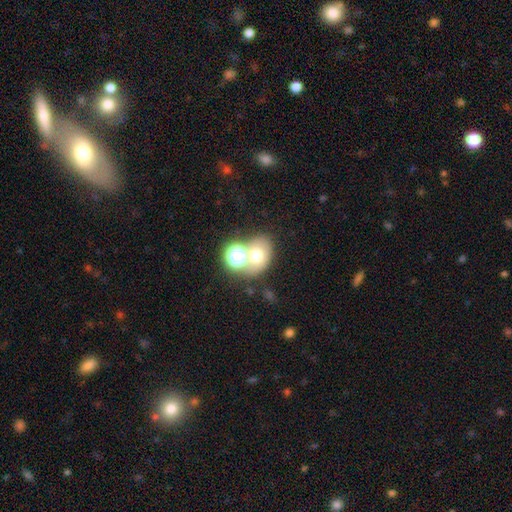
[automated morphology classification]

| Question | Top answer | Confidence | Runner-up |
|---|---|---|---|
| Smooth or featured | smooth | 63% | featured or disk (20%) |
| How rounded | in between | 57% | round (42%) |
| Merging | none | 46% | merger (37%) |